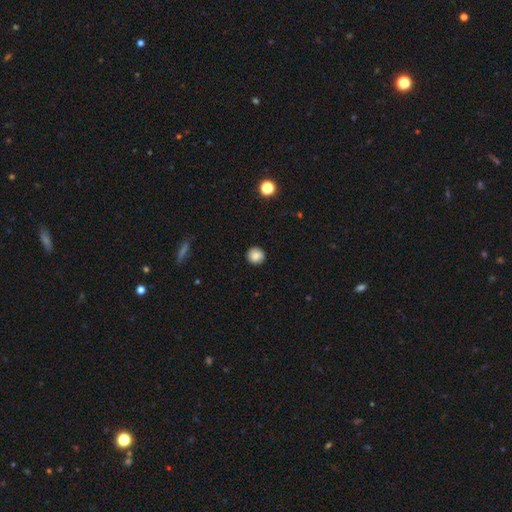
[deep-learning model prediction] smooth_or_featured: smooth (p=0.86) [alt: star or artifact p=0.09]
how_rounded: round (p=0.89) [alt: in between p=0.10]
merging: none (p=0.89) [alt: minor disturbance p=0.08]